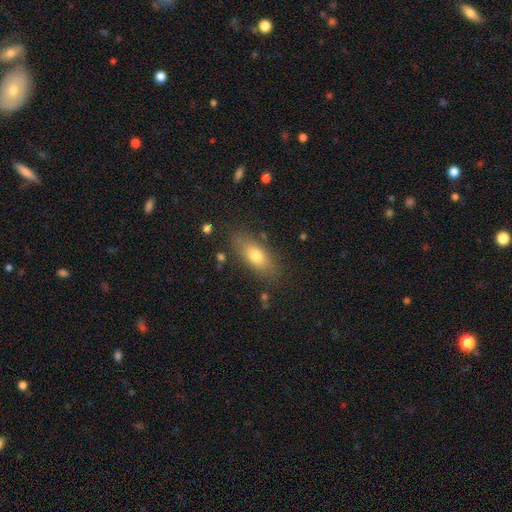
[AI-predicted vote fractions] Smooth or featured: smooth — 73% (featured or disk — 19%)
How rounded: in between — 77% (cigar-shaped — 19%)
Merging: none — 81% (minor disturbance — 13%)